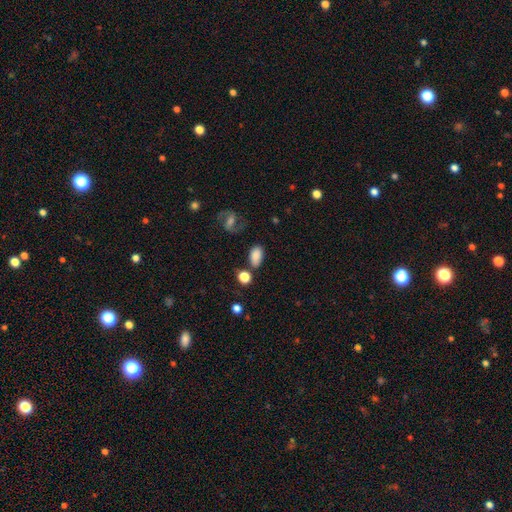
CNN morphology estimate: Smooth or featured? smooth (82%)
How rounded? in between (90%)
Merging? none (70%)